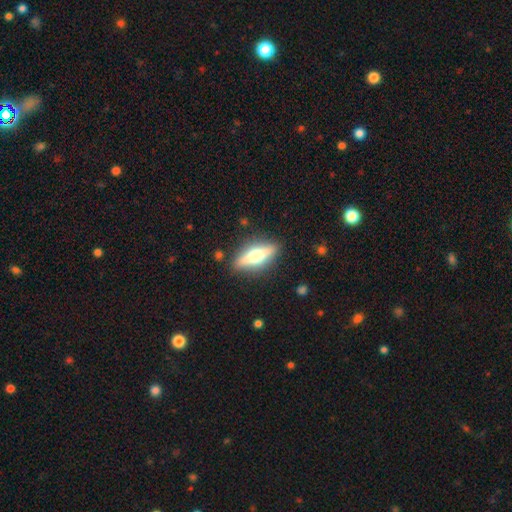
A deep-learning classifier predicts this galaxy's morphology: Smooth or featured?
  - featured or disk: 57% *
  - smooth: 36%
  - star or artifact: 6%
Edge-on disk?
  - yes: 90% *
  - no: 10%
Edge-on bulge?
  - rounded: 95% *
  - boxy: 3%
  - none: 2%
Merging?
  - none: 87% *
  - minor disturbance: 9%
  - major disturbance: 3%
  - merger: 1%